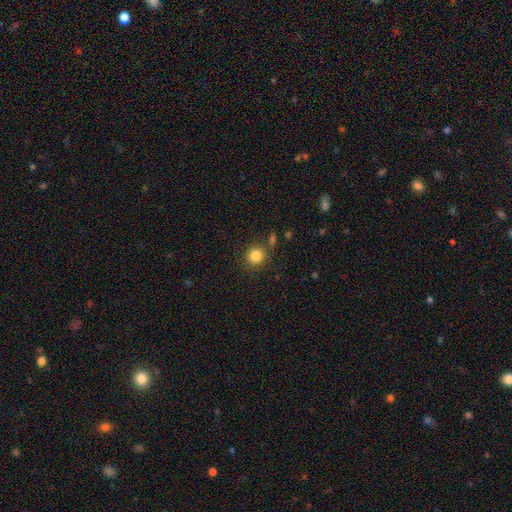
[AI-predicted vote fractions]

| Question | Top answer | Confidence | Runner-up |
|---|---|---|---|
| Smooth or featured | smooth | 84% | star or artifact (11%) |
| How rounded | round | 88% | in between (11%) |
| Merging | none | 82% | minor disturbance (9%) |